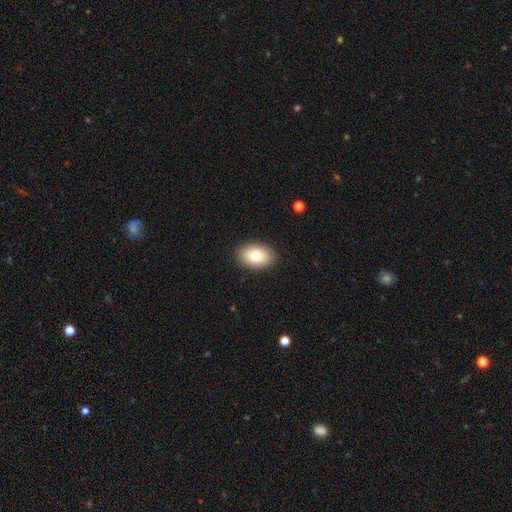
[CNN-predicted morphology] Smooth or featured? Predicted: smooth (p=0.79). How rounded? Predicted: in between (p=0.86). Merging? Predicted: none (p=0.89).